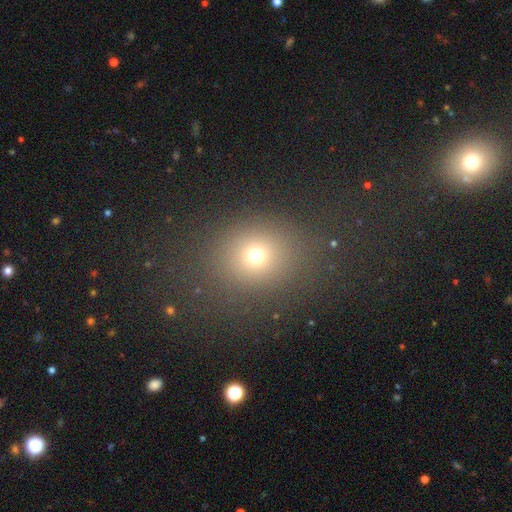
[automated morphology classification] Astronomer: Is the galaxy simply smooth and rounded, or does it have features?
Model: smooth — 70%.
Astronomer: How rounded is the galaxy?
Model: round — 70%.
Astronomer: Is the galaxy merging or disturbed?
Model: none — 80%.